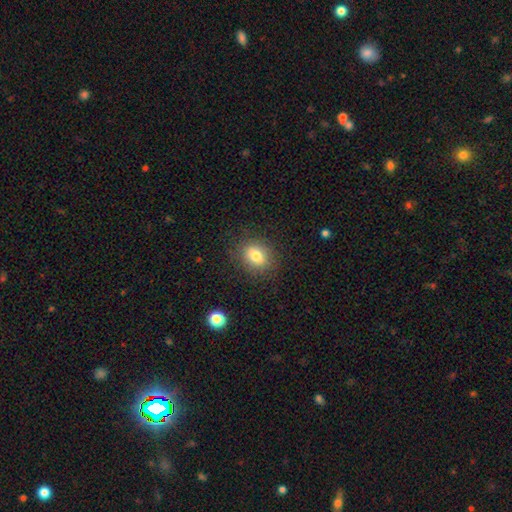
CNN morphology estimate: A smooth galaxy with no disk features (79%) that is in between round and cigar-shaped (55%). Merging: none (85%).